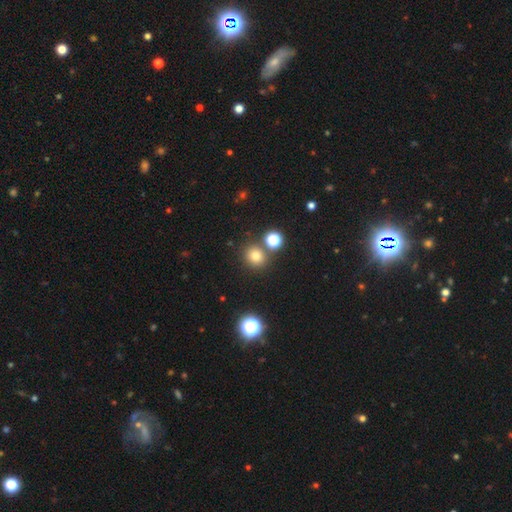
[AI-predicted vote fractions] Overall: smooth (75%). How rounded: round (88%). Merging: none (78%).